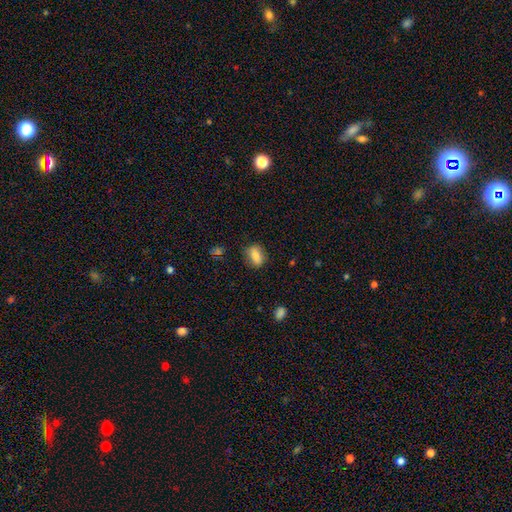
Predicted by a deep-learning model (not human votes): smooth_or_featured: smooth (p=0.82) [alt: featured or disk p=0.10]
how_rounded: in between (p=0.77) [alt: round p=0.17]
merging: none (p=0.79) [alt: minor disturbance p=0.15]